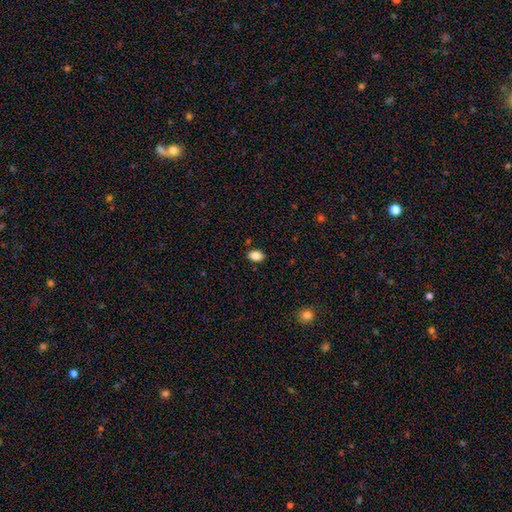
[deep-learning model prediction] This appears to be a smooth galaxy with no disk features (86%) that is in between round and cigar-shaped (84%). Merging: none (87%).